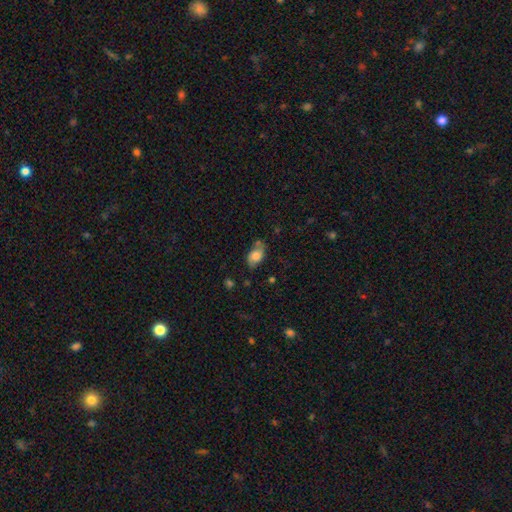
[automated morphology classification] Smooth or featured? smooth (70%)
How rounded? in between (88%)
Merging? none (60%)